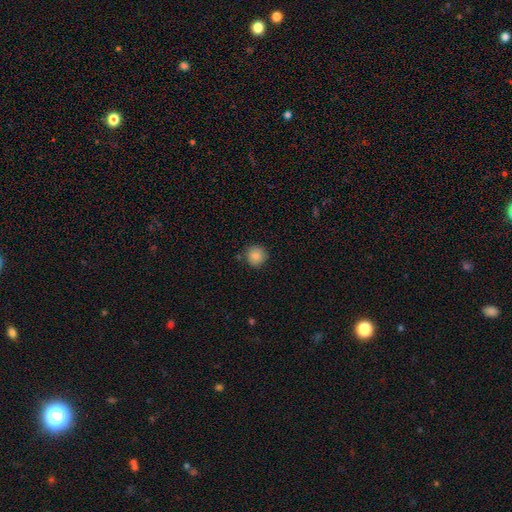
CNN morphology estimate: Smooth or featured? smooth (87%)
How rounded? round (93%)
Merging? none (86%)